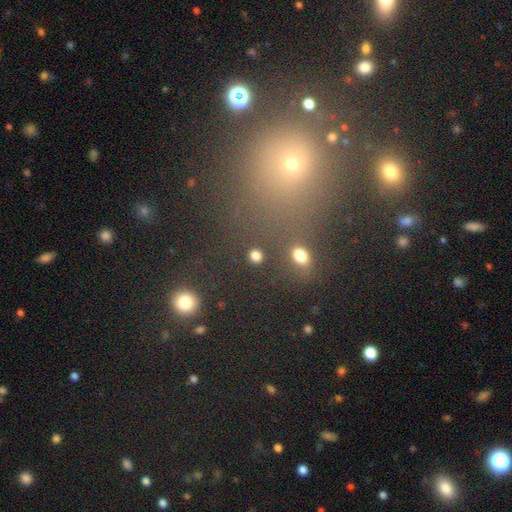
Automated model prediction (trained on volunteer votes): Smooth or featured: smooth — 81% (star or artifact — 14%)
How rounded: round — 79% (in between — 19%)
Merging: none — 87% (minor disturbance — 6%)